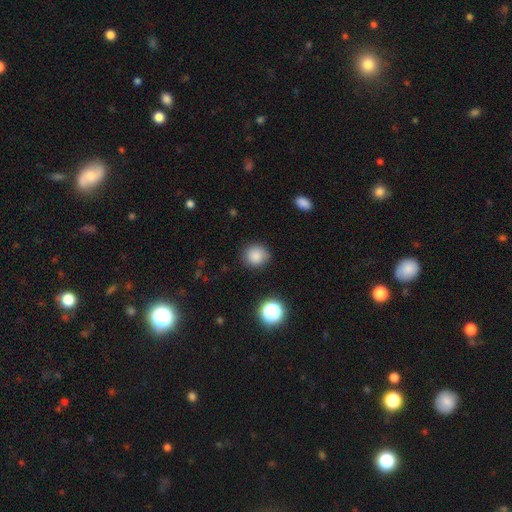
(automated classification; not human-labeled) The model was most divided on "smooth or featured": smooth: 85%, star or artifact: 11%, featured or disk: 4%. More confident: how rounded — round (88%); merging — none (87%).